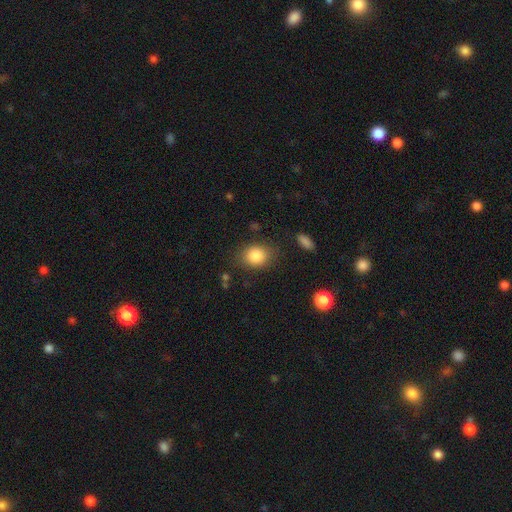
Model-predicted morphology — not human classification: A smooth galaxy with no disk features (86%) that is round (50%). Merging: none (79%).